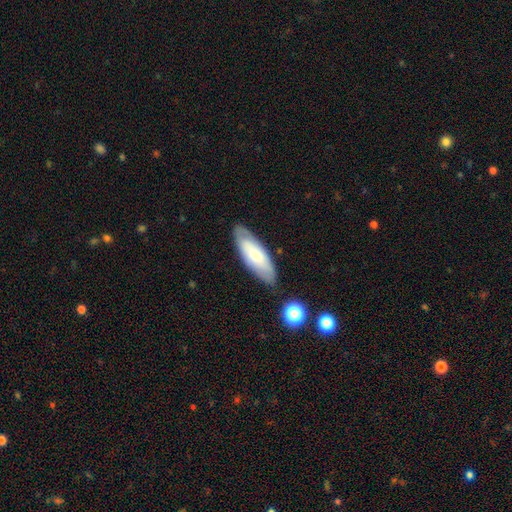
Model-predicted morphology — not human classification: Smooth or featured: smooth — 58% (featured or disk — 35%)
How rounded: in between — 67% (cigar-shaped — 31%)
Merging: none — 80% (minor disturbance — 14%)